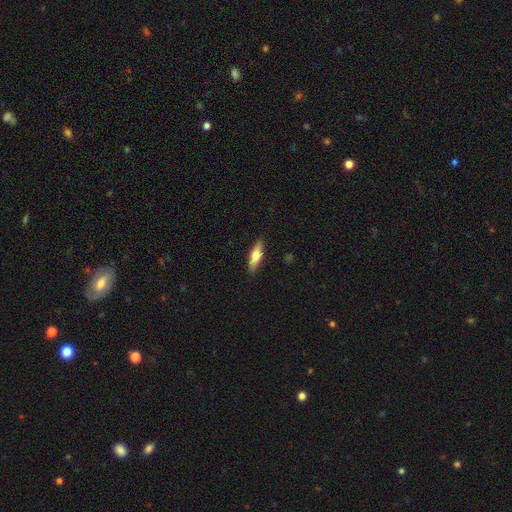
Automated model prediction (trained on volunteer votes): Smooth or featured? Predicted: smooth (p=0.52). How rounded? Predicted: cigar-shaped (p=0.60). Merging? Predicted: none (p=0.89).